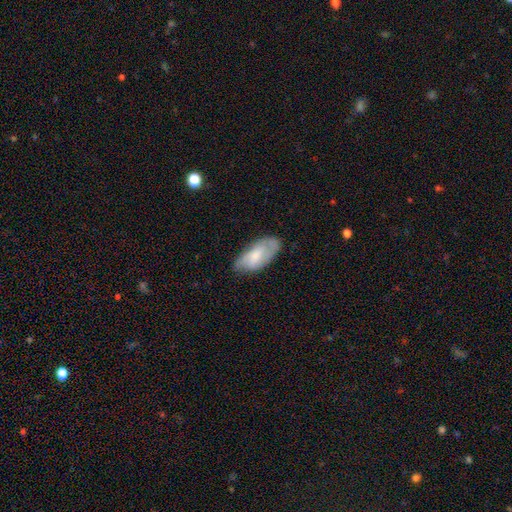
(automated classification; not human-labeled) smooth-or-featured: smooth: 57% | featured or disk: 36% | star or artifact: 6%
  how-rounded: in between: 89% | cigar-shaped: 9% | round: 2%
  merging: none: 66% | minor disturbance: 26% | major disturbance: 7% | merger: 1%